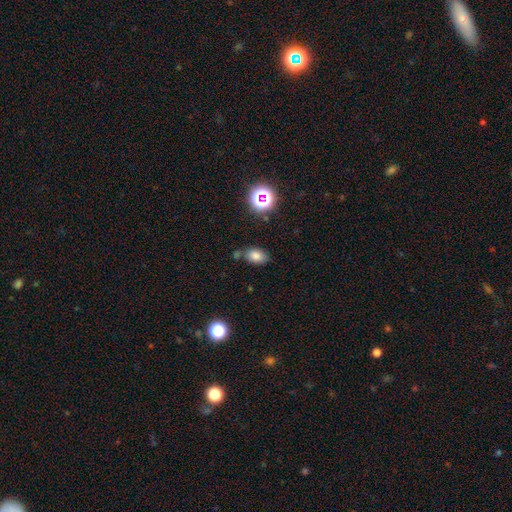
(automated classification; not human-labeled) smooth_or_featured: smooth (p=0.77) [alt: star or artifact p=0.14]
how_rounded: in between (p=0.81) [alt: round p=0.17]
merging: none (p=0.69) [alt: minor disturbance p=0.17]